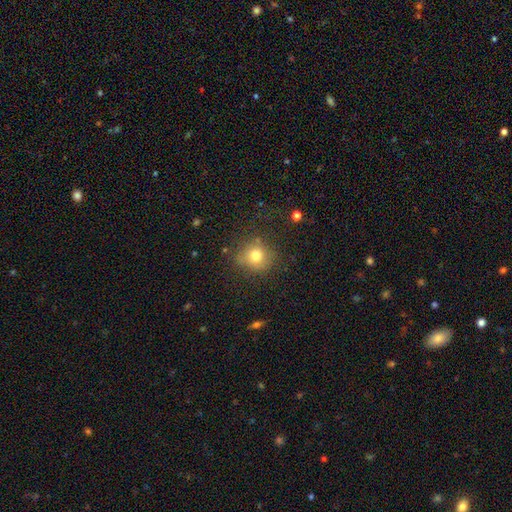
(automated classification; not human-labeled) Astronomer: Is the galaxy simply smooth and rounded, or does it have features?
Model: smooth — 76%.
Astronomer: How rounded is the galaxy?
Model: round — 80%.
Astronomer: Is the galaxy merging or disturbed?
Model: none — 72%.